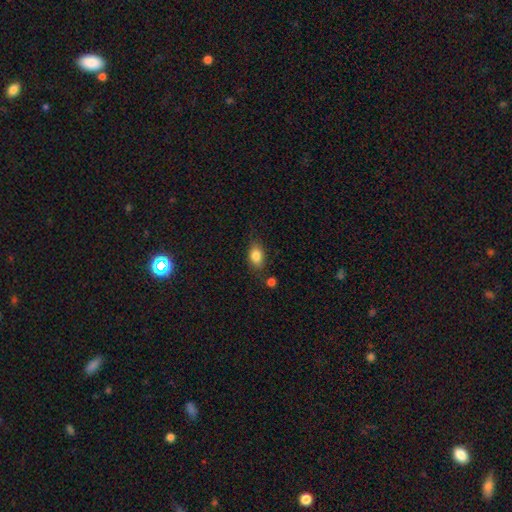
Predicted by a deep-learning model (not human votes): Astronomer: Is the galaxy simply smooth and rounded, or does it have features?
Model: smooth — 83%.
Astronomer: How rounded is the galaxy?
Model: in between — 81%.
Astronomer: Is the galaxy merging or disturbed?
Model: none — 73%.